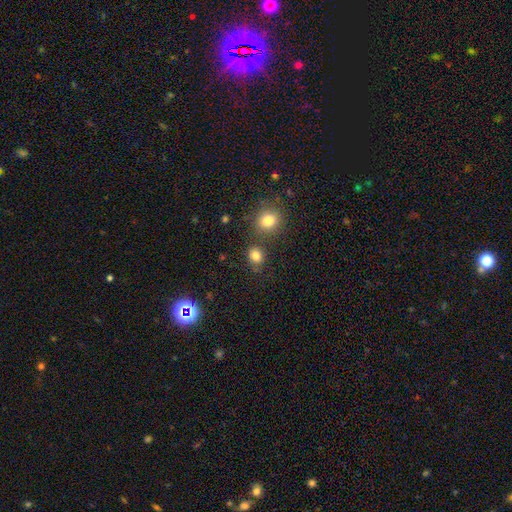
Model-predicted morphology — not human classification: type=smooth (81%); roundness=round (64%); merging=none (72%).